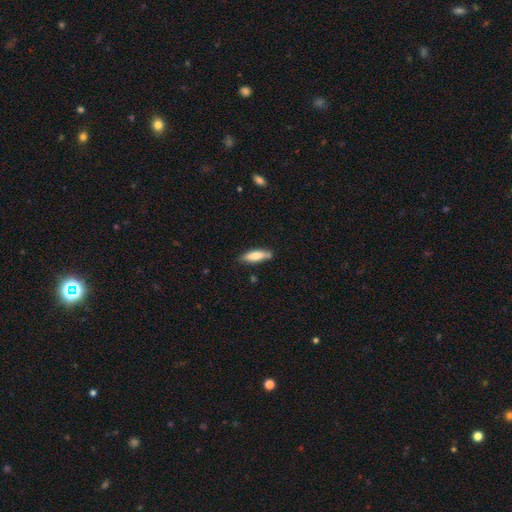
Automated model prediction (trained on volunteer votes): Morphology: type=smooth (73%); roundness=cigar-shaped (56%); merging=none (75%).